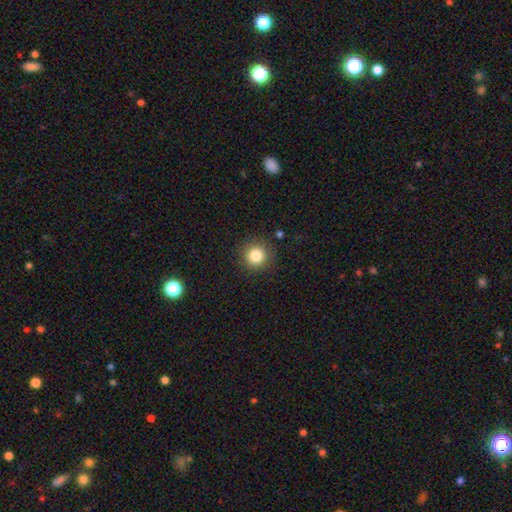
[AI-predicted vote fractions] smooth 83%, star or artifact 11%, featured or disk 6%. Down the decision tree: how rounded — round (94%); merging — none (90%).